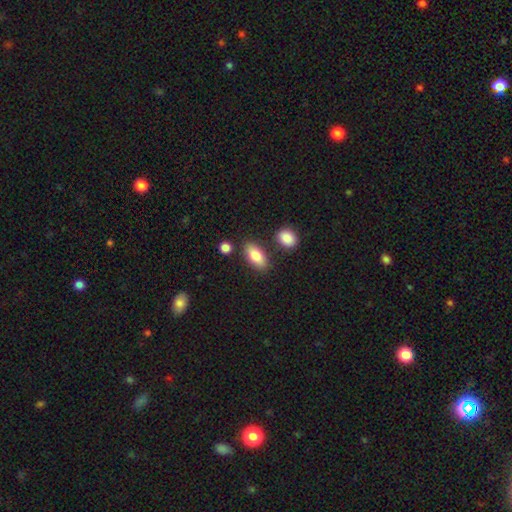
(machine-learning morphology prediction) A smooth galaxy with no disk features (82%) that is in between round and cigar-shaped (86%).

Vote fractions:
- Smooth or featured? smooth: 82% / featured or disk: 12% / star or artifact: 7%
- How rounded? in between: 86% / cigar-shaped: 10% / round: 4%
- Merging? none: 79% / minor disturbance: 11% / merger: 7% / major disturbance: 3%